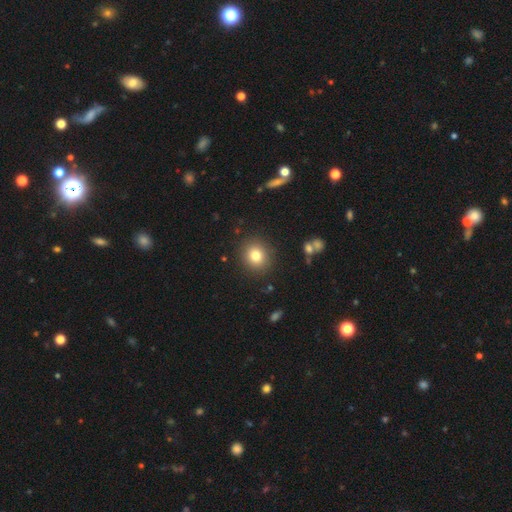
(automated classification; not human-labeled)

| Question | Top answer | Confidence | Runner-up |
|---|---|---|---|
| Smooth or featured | smooth | 80% | star or artifact (12%) |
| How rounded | round | 83% | in between (16%) |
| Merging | none | 89% | minor disturbance (7%) |